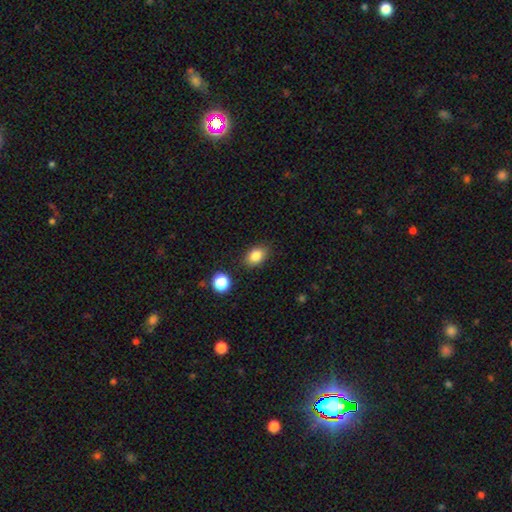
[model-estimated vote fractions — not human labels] Smooth or featured: smooth — 84% (star or artifact — 10%)
How rounded: in between — 75% (round — 24%)
Merging: none — 84% (minor disturbance — 10%)